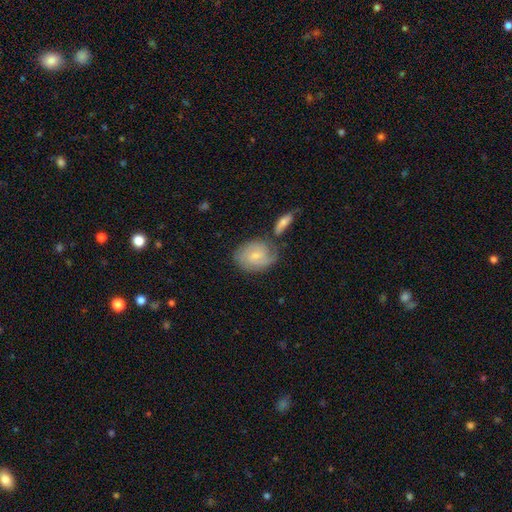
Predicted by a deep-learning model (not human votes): Morphology: type=featured or disk (50%); merging=none (55%).